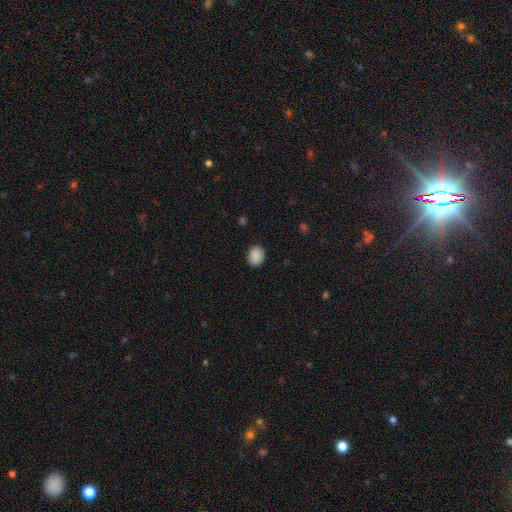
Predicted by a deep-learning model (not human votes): This appears to be a smooth galaxy with no disk features (89%) that is in between round and cigar-shaped (51%). Merging: none (88%).